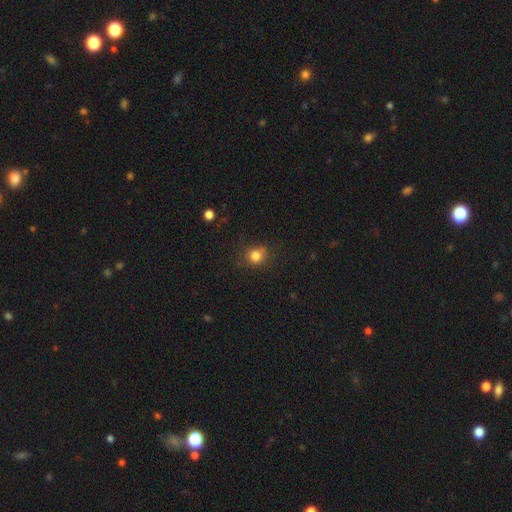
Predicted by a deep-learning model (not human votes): smooth-or-featured: smooth: 81% | star or artifact: 13% | featured or disk: 6%
  how-rounded: round: 84% | in between: 15% | cigar-shaped: 1%
  merging: none: 78% | minor disturbance: 14% | major disturbance: 4% | merger: 3%